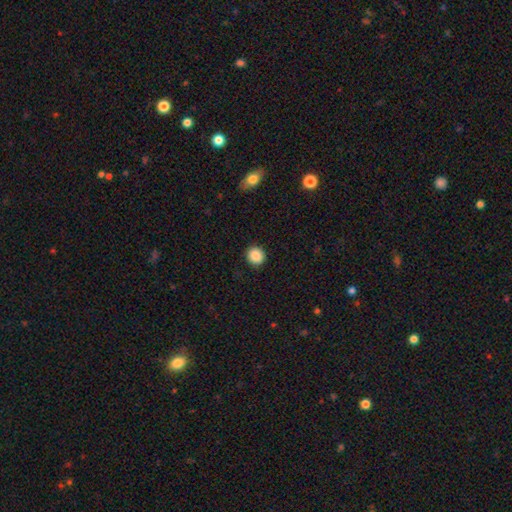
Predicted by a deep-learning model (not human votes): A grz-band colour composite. It shows a smooth galaxy with no disk features (88%) that is round (90%). Merging: none (91%).